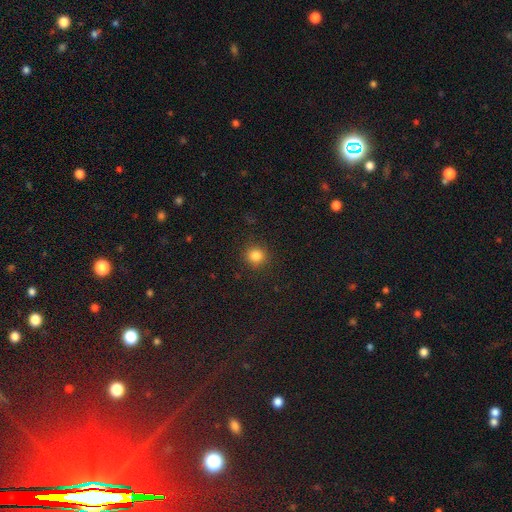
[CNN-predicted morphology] A smooth galaxy with no disk features (84%) that is round (92%). Merging: none (90%).